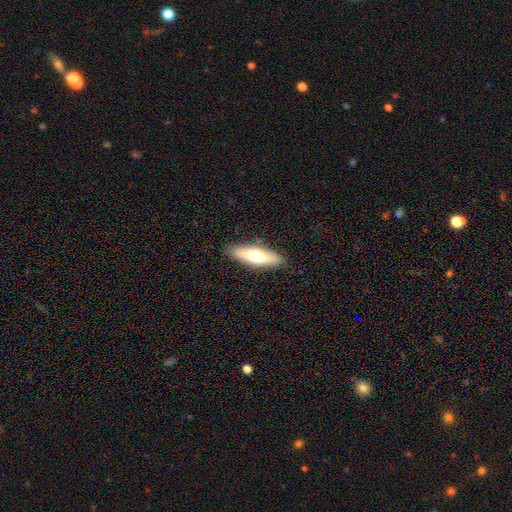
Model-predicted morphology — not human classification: Q: Smooth or featured?
A: smooth (62%); runner-up: featured or disk (32%)
Q: How rounded?
A: cigar-shaped (51%); runner-up: in between (46%)
Q: Merging?
A: none (87%); runner-up: minor disturbance (10%)